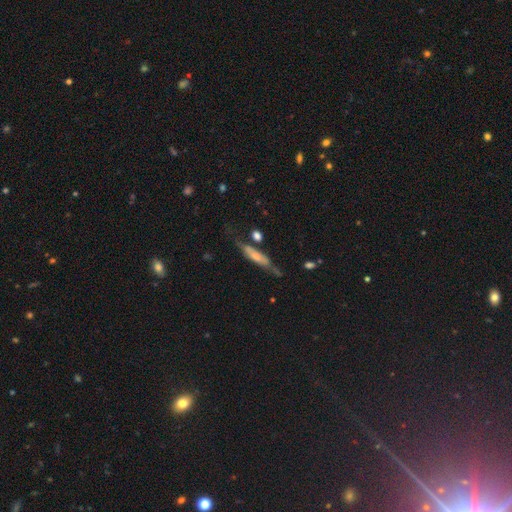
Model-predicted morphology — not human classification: This appears to be a smooth galaxy with no disk features (49%). Merging: none (54%).